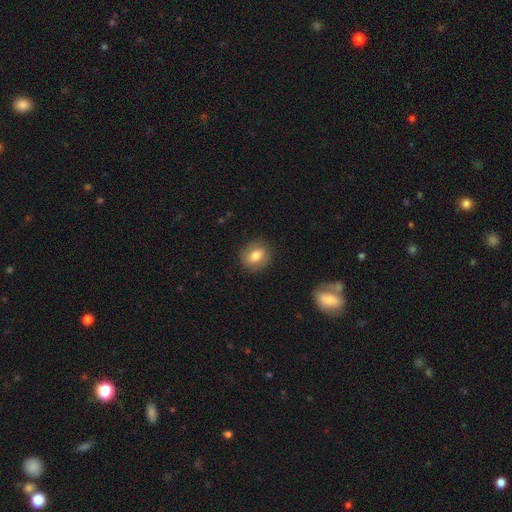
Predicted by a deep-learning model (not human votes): smooth 77%, featured or disk 15%, star or artifact 9%. Down the decision tree: how rounded — round (61%); merging — none (87%).